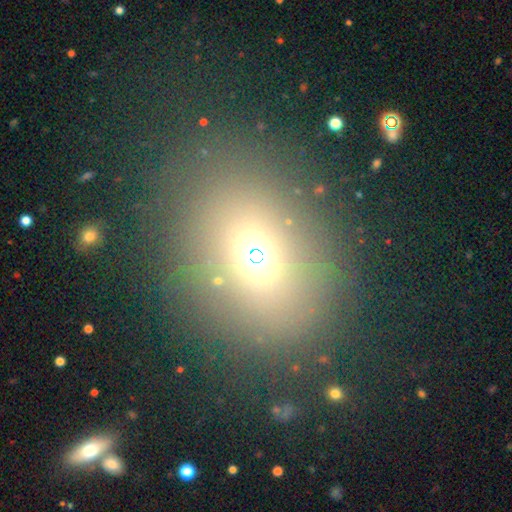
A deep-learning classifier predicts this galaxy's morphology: This appears to be a smooth galaxy with no disk features (65%) that is in between round and cigar-shaped (56%). Merging: none (74%).